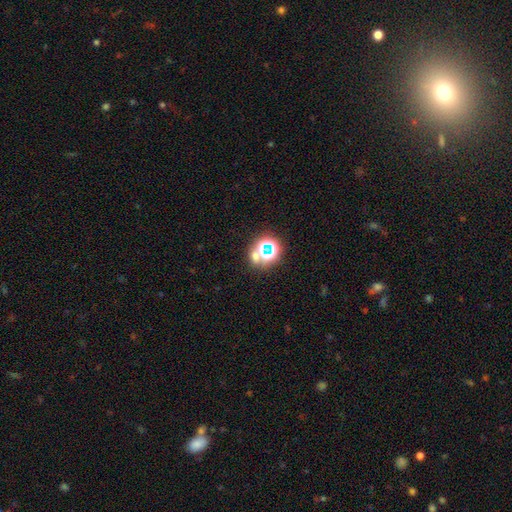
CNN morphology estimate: smooth-or-featured: star or artifact: 52% | smooth: 37% | featured or disk: 11%